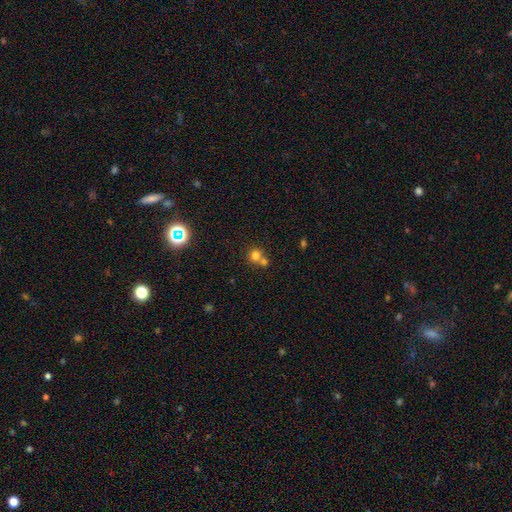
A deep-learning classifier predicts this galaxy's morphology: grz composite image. It shows a smooth galaxy with no disk features (76%) that is round (86%). Merging: none (47%).